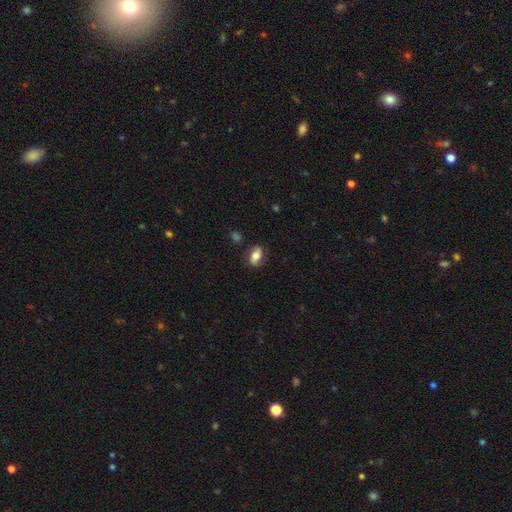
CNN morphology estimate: This appears to be a smooth galaxy with no disk features (55%) that is in between round and cigar-shaped (84%). Merging: none (77%).